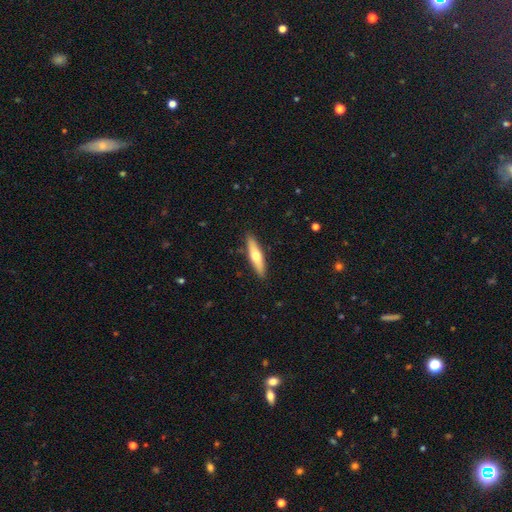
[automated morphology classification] This appears to be a smooth galaxy with no disk features (52%) that is cigar-shaped (76%). Merging: none (89%).